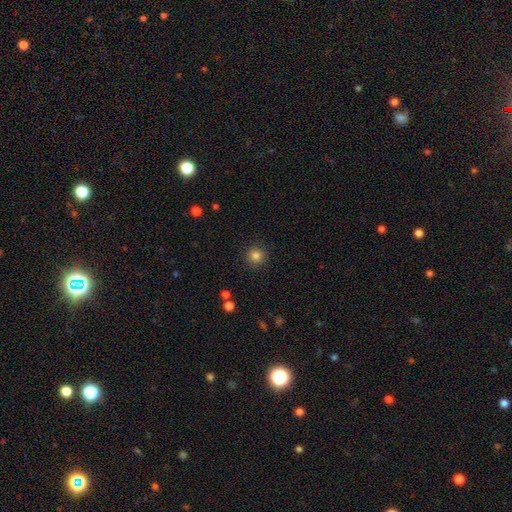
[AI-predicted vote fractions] Smooth or featured? smooth (83%)
How rounded? round (94%)
Merging? none (91%)